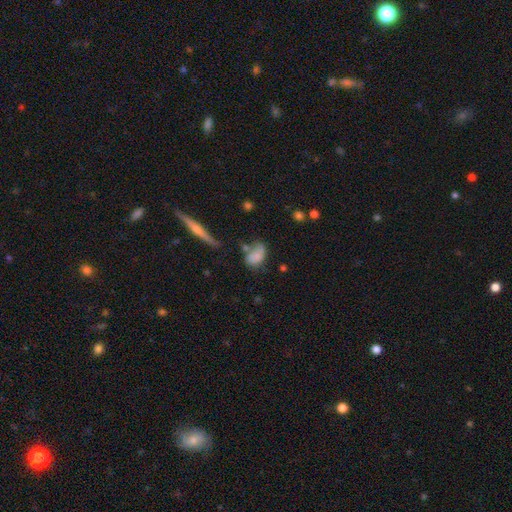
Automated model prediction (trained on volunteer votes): Smooth or featured: smooth — 70% (featured or disk — 19%)
How rounded: in between — 86% (round — 11%)
Merging: none — 38% (minor disturbance — 28%)